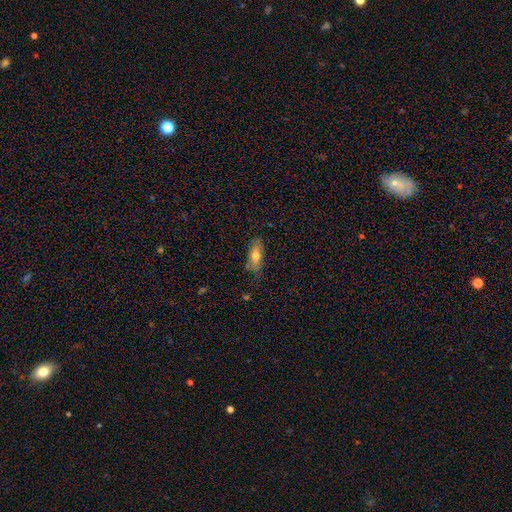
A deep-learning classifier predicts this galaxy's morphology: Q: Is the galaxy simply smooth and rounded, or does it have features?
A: smooth — 68%.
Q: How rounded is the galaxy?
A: in between — 71%.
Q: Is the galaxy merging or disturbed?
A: none — 71%.